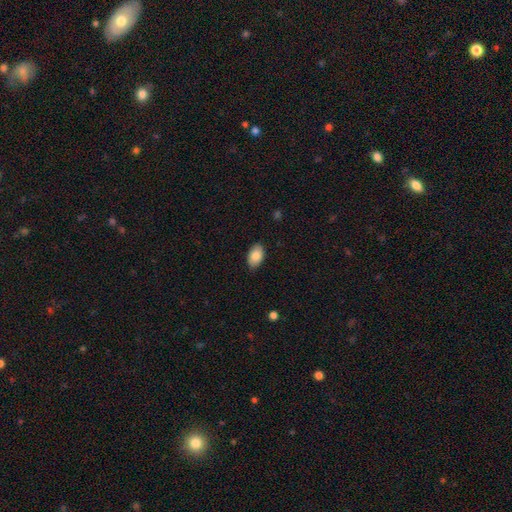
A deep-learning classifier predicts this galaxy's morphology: The model was most divided on "merging": none: 86%, minor disturbance: 11%, major disturbance: 2%, merger: 1%. More confident: how rounded — in between (93%); smooth or featured — smooth (86%).